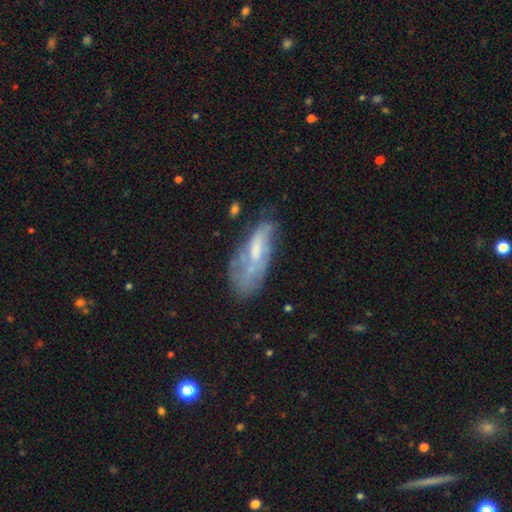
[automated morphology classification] smooth_or_featured: featured or disk (p=0.55) [alt: smooth p=0.35]
disk_edge_on: no (p=0.82) [alt: yes p=0.18]
merging: none (p=0.52) [alt: minor disturbance p=0.26]